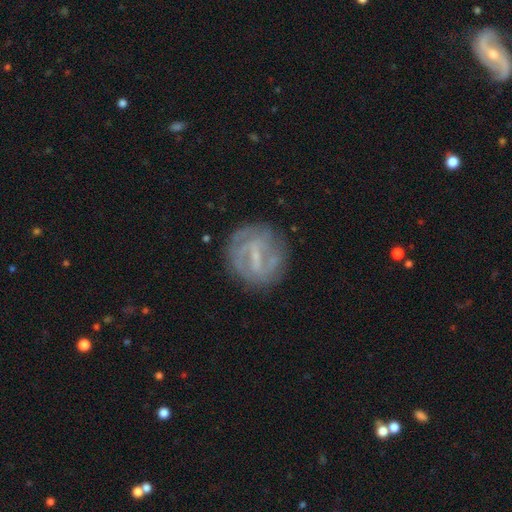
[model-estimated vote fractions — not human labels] Smooth or featured: featured or disk — 72% (smooth — 19%)
Edge-on disk: no — 96% (yes — 4%)
Bar: strong — 46% (weak — 41%)
Spiral arms: yes — 72% (no — 28%)
Bulge size: small — 52% (none — 29%)
Merging: none — 77% (minor disturbance — 14%)